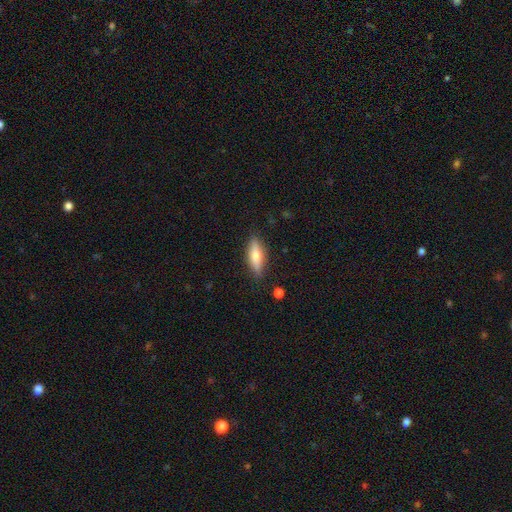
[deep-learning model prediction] Smooth or featured? Predicted: smooth (p=0.56). How rounded? Predicted: cigar-shaped (p=0.50). Merging? Predicted: none (p=0.85).